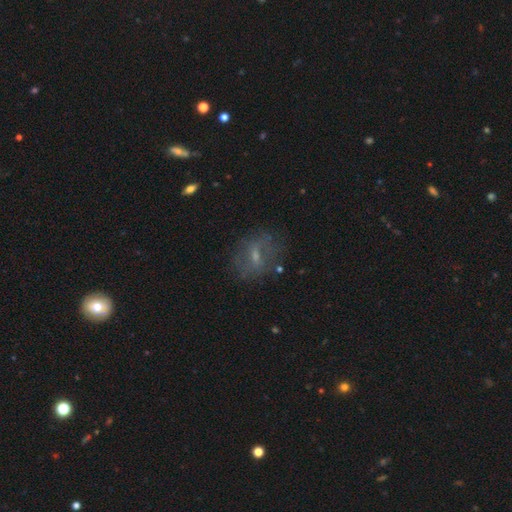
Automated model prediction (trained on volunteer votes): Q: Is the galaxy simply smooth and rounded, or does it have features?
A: featured or disk — 46%.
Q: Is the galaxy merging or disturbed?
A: none — 67%.